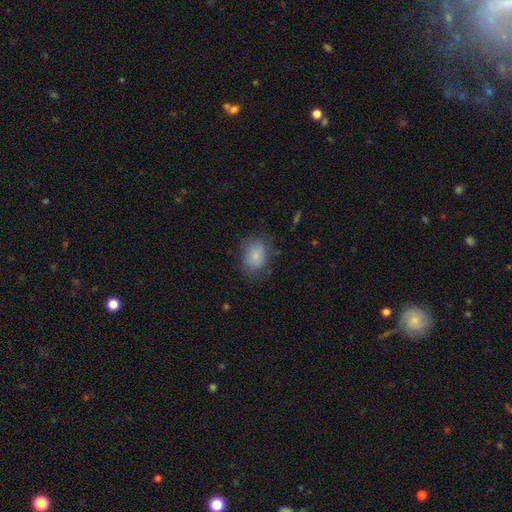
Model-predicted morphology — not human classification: The model was most divided on "how rounded": in between: 62%, round: 37%, cigar-shaped: 1%. More confident: smooth or featured — smooth (79%); merging — none (67%).